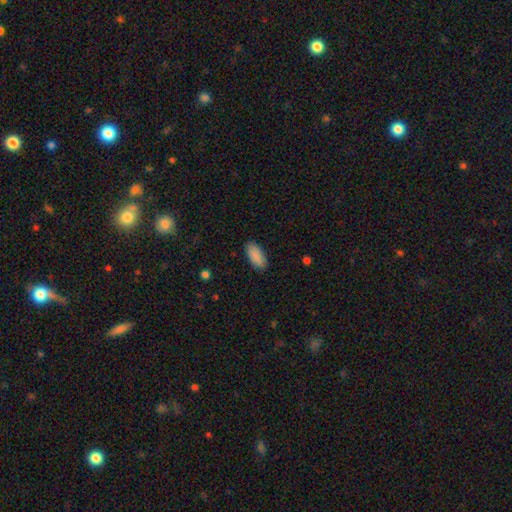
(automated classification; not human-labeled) Smooth or featured?
  - smooth: 90% *
  - star or artifact: 6%
  - featured or disk: 4%
How rounded?
  - in between: 91% *
  - cigar-shaped: 7%
  - round: 2%
Merging?
  - none: 87% *
  - minor disturbance: 10%
  - major disturbance: 2%
  - merger: 1%